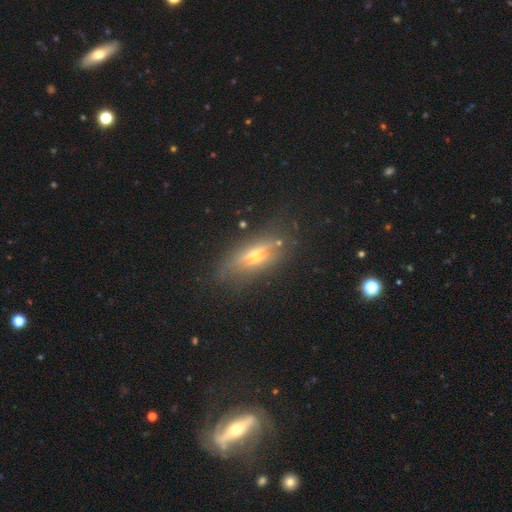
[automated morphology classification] Q: Smooth or featured?
A: featured or disk (66%); runner-up: smooth (24%)
Q: Edge-on disk?
A: yes (83%); runner-up: no (17%)
Q: Edge-on bulge?
A: rounded (93%); runner-up: none (4%)
Q: Merging?
A: none (78%); runner-up: minor disturbance (14%)